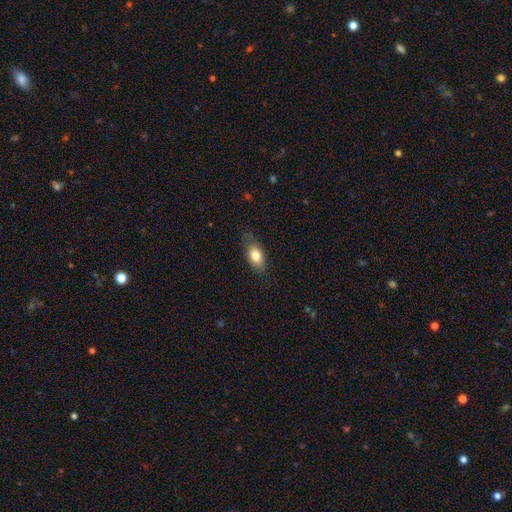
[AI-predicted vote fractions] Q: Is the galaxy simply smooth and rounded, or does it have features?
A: smooth — 79%.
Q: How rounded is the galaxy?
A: in between — 85%.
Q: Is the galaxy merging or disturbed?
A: none — 73%.